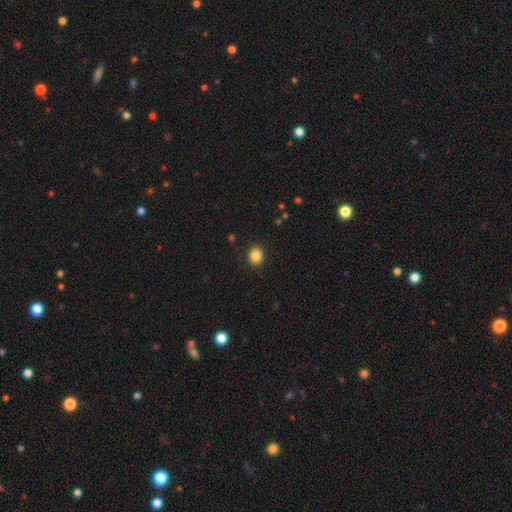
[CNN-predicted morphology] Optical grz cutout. It shows a smooth galaxy with no disk features (85%) that is round (75%). Merging: none (91%).